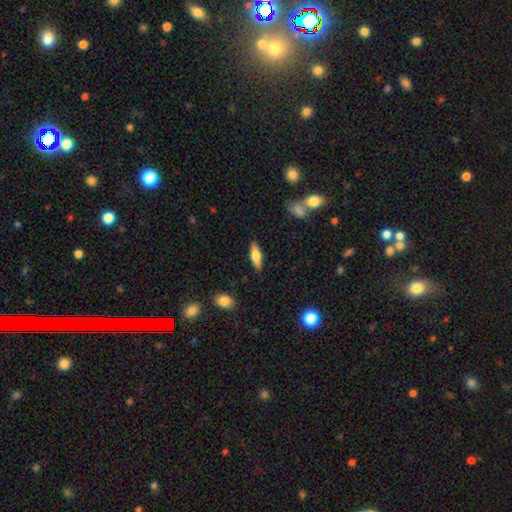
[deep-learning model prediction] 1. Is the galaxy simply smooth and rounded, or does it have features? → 51% smooth, 42% featured or disk, 6% star or artifact.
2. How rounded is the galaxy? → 50% cigar-shaped, 47% in between, 3% round.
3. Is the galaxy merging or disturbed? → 87% none, 9% minor disturbance, 2% major disturbance, 2% merger.